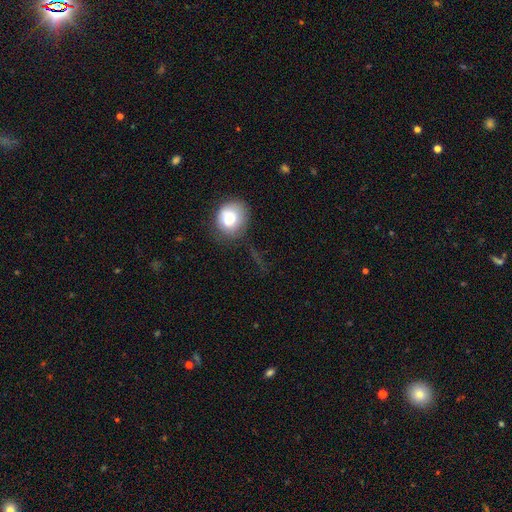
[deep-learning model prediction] smooth_or_featured: smooth (p=0.57) [alt: star or artifact p=0.33]
how_rounded: round (p=0.82) [alt: in between p=0.16]
merging: none (p=0.78) [alt: minor disturbance p=0.13]